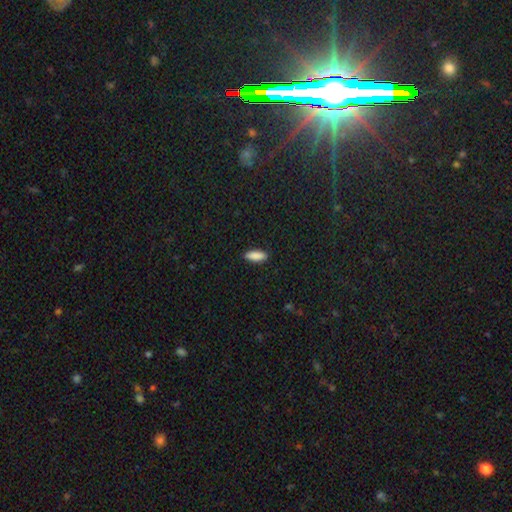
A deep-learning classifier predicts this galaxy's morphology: This appears to be a smooth galaxy with no disk features (89%) that is in between round and cigar-shaped (69%). Merging: none (89%).